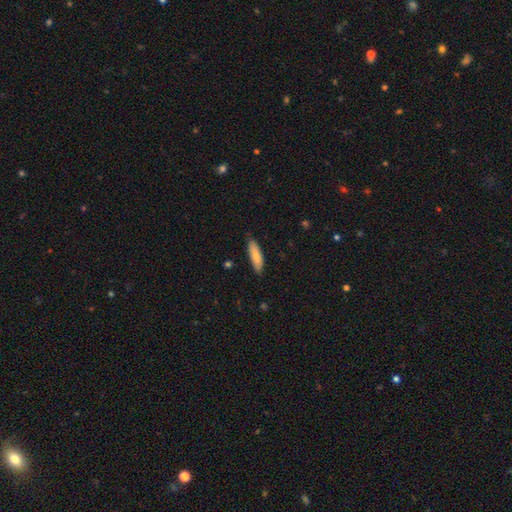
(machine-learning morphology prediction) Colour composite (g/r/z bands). It shows a smooth galaxy with no disk features (81%) that is cigar-shaped (57%). Merging: none (81%).